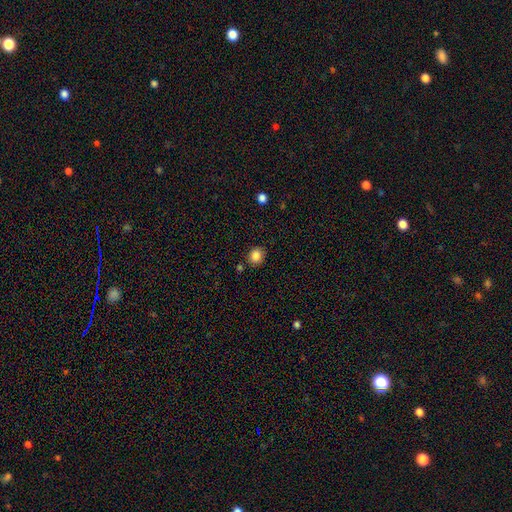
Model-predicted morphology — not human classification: Smooth or featured: smooth — 85% (star or artifact — 10%)
How rounded: round — 73% (in between — 26%)
Merging: none — 80% (minor disturbance — 12%)